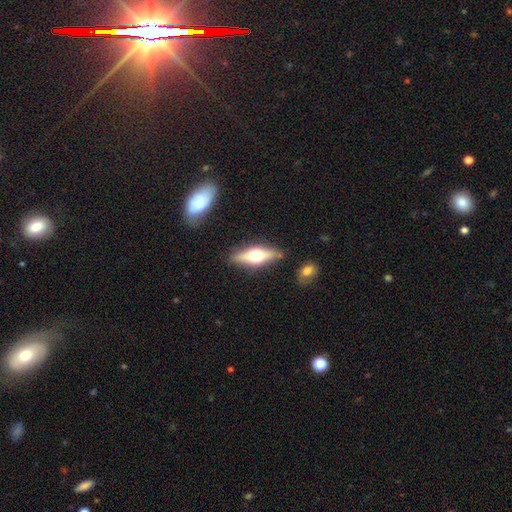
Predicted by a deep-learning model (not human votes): Q: Smooth or featured?
A: featured or disk (58%); runner-up: smooth (35%)
Q: Edge-on disk?
A: yes (92%); runner-up: no (8%)
Q: Edge-on bulge?
A: rounded (95%); runner-up: boxy (4%)
Q: Merging?
A: none (83%); runner-up: minor disturbance (11%)